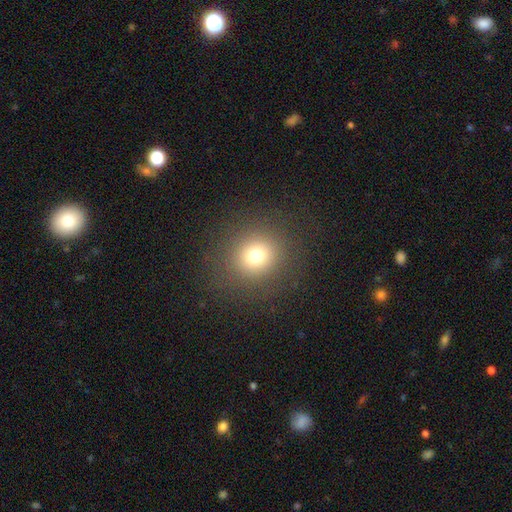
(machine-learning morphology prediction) This is likely a smooth galaxy (73%). How rounded: clearly round (89%). Merging: clearly none (87%).